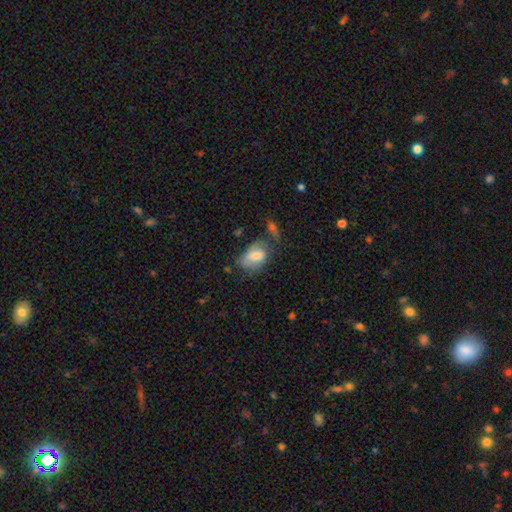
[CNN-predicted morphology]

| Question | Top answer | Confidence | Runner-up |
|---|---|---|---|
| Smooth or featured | smooth | 66% | featured or disk (26%) |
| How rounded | in between | 87% | round (11%) |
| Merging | none | 43% | minor disturbance (31%) |